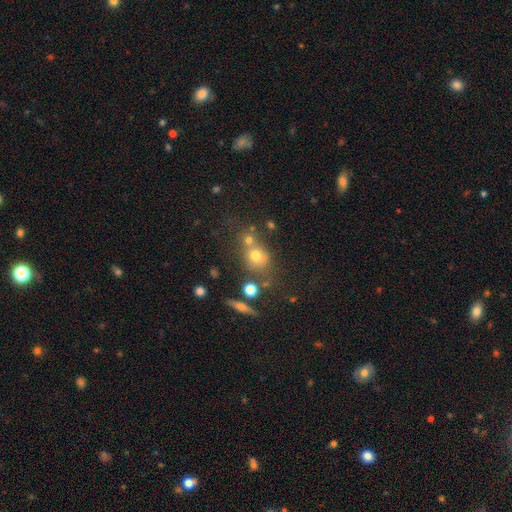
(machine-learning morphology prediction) type=smooth (63%); roundness=round (72%); merging=none (53%).